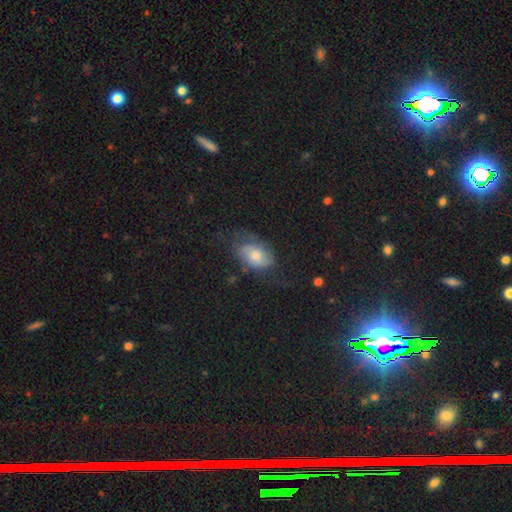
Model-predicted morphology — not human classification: smooth 52%, featured or disk 37%, star or artifact 11%. Down the decision tree: how rounded — in between (87%); merging — none (51%).